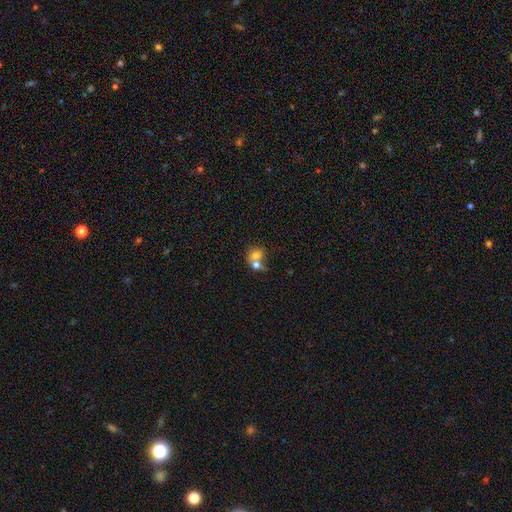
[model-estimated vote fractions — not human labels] smooth 68%, featured or disk 21%, star or artifact 11%. Down the decision tree: how rounded — round (64%); merging — merger (63%).